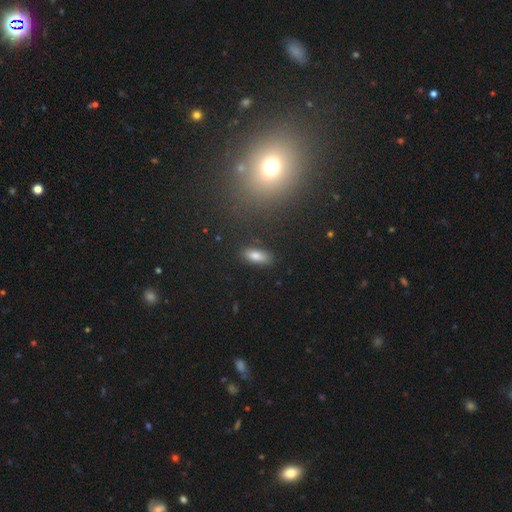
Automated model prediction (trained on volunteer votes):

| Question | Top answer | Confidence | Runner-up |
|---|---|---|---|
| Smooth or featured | smooth | 75% | star or artifact (13%) |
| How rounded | in between | 77% | cigar-shaped (18%) |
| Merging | none | 88% | minor disturbance (8%) |